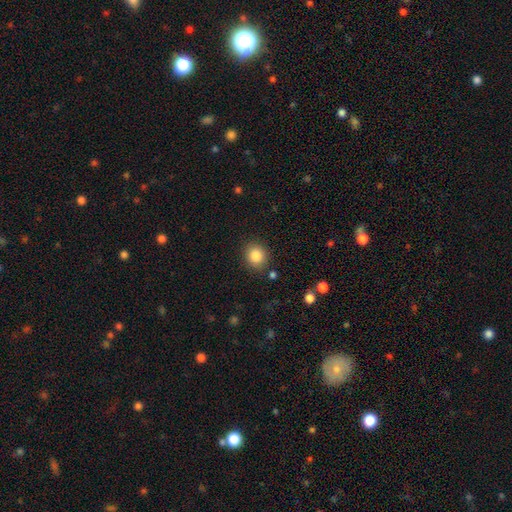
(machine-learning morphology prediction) Smooth or featured? Predicted: smooth (p=0.85). How rounded? Predicted: round (p=0.79). Merging? Predicted: none (p=0.87).